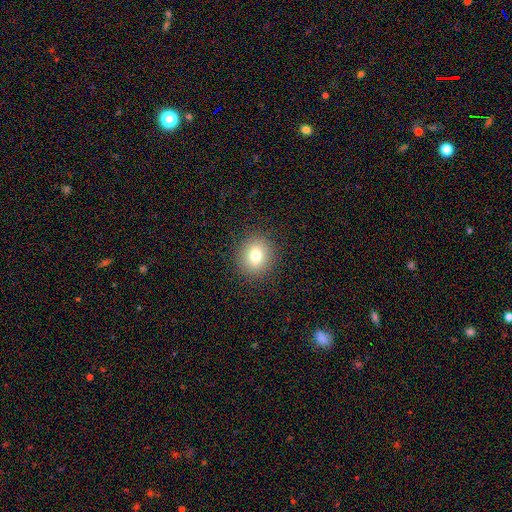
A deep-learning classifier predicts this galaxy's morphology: smooth_or_featured: smooth (p=0.77) [alt: star or artifact p=0.12]
how_rounded: round (p=0.83) [alt: in between p=0.17]
merging: none (p=0.90) [alt: minor disturbance p=0.07]